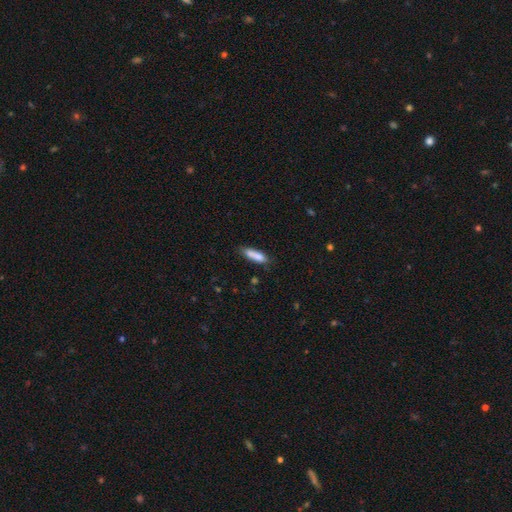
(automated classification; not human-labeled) Smooth or featured? smooth (81%)
How rounded? cigar-shaped (65%)
Merging? none (66%)